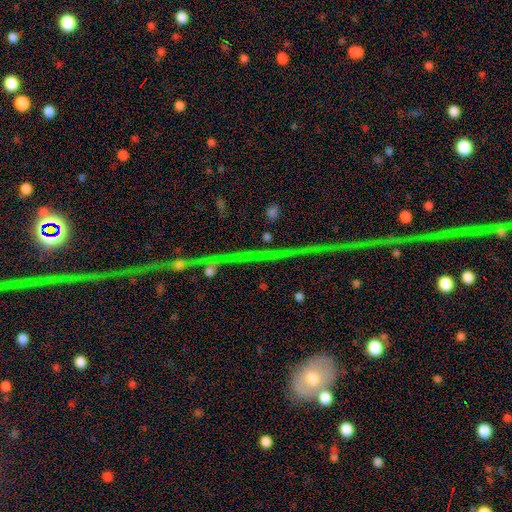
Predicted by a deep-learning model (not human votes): smooth_or_featured: star or artifact (p=0.66) [alt: featured or disk p=0.22]